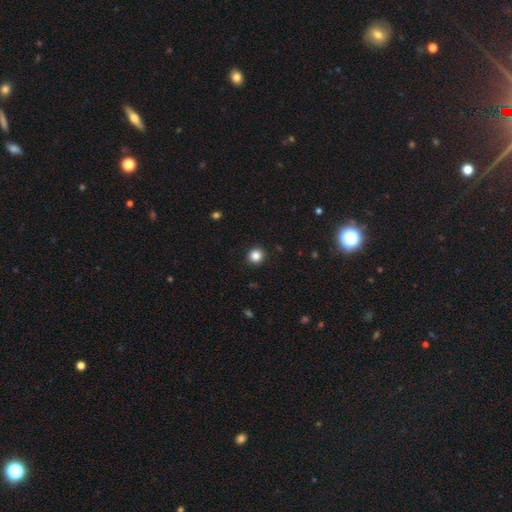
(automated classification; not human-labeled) Morphology: type=smooth (85%); roundness=round (93%); merging=none (92%).